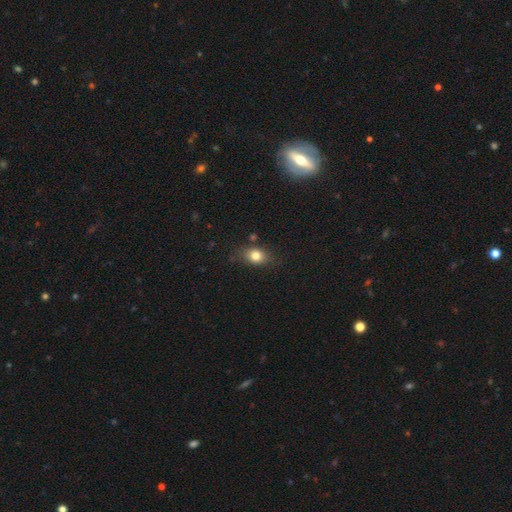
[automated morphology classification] Overall: smooth (80%). How rounded: in between (67%; round 30%). Merging: none (74%).